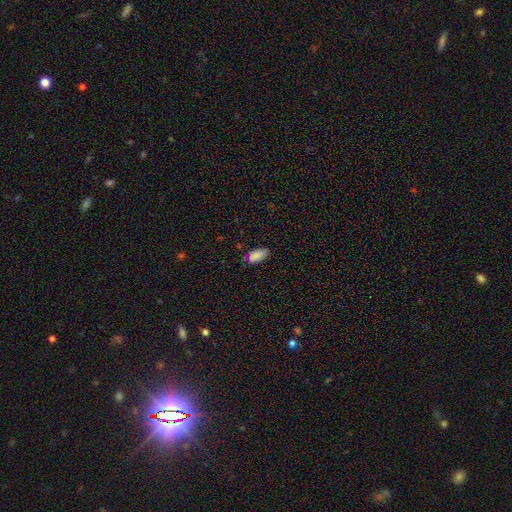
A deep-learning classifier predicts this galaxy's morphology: The model was most divided on "merging": none: 77%, minor disturbance: 19%, major disturbance: 3%, merger: 1%. More confident: how rounded — in between (90%); smooth or featured — smooth (88%).